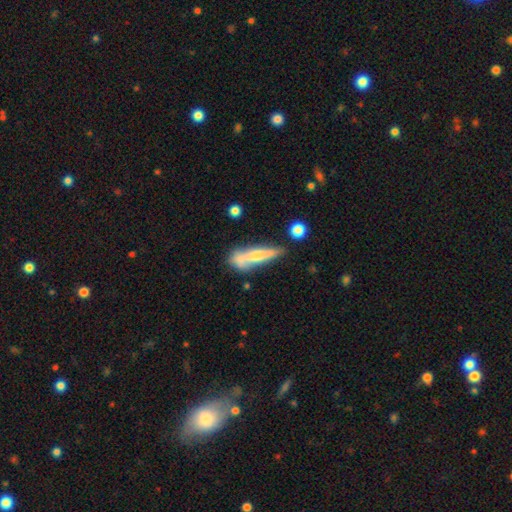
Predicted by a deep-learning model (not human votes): Smooth or featured? featured or disk (47%)
Merging? none (53%)